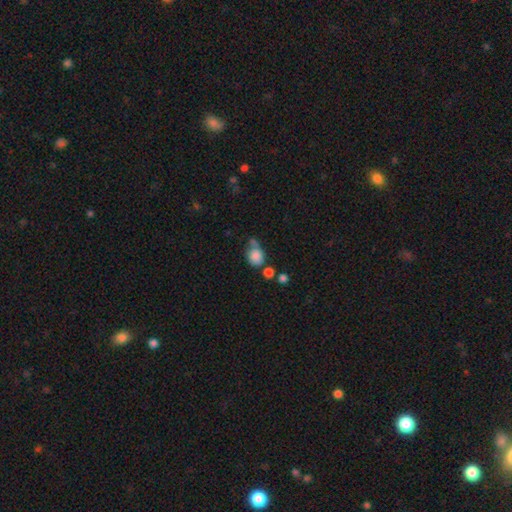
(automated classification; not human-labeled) A smooth galaxy with no disk features (82%) that is round (63%).

Vote fractions:
- Smooth or featured? smooth: 82% / star or artifact: 10% / featured or disk: 8%
- How rounded? round: 63% / in between: 36% / cigar-shaped: 1%
- Merging? none: 44% / merger: 26% / minor disturbance: 21% / major disturbance: 9%